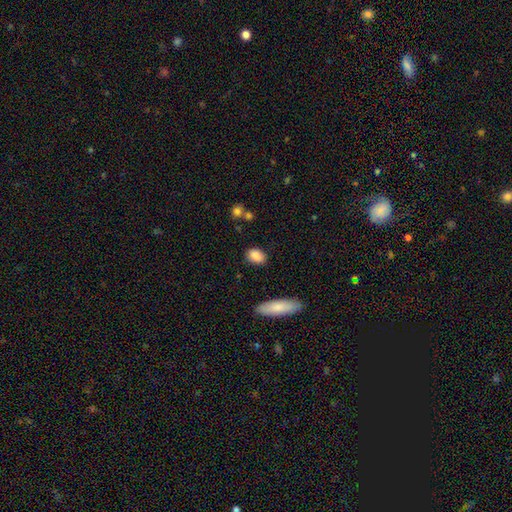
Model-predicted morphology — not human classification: This appears to be a smooth galaxy with no disk features (87%) that is in between round and cigar-shaped (81%). Merging: none (82%).